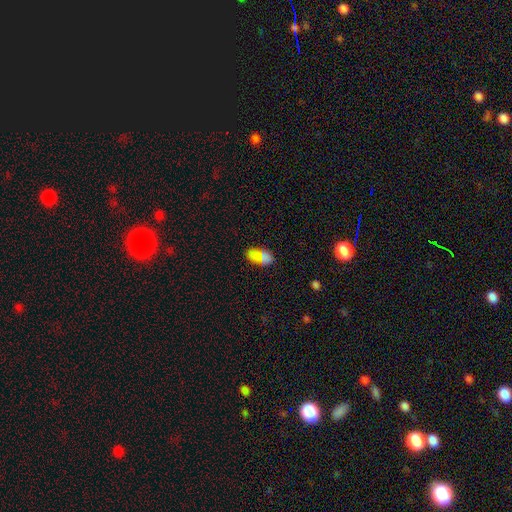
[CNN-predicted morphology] Overall: smooth (71%). How rounded: in between (91%). Merging: none (77%).